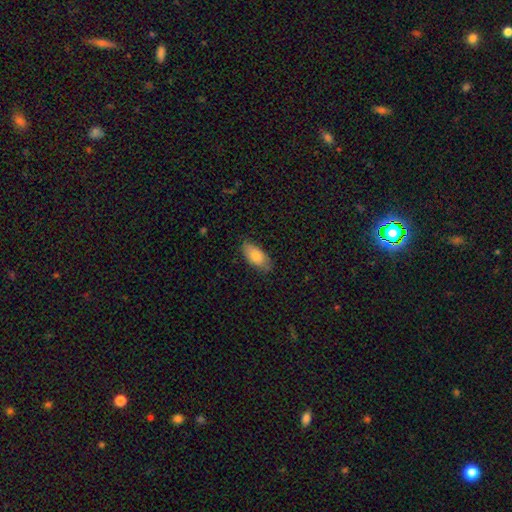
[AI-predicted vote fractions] Smooth or featured?
  - smooth: 79% *
  - featured or disk: 15%
  - star or artifact: 6%
How rounded?
  - in between: 90% *
  - cigar-shaped: 7%
  - round: 2%
Merging?
  - none: 79% *
  - minor disturbance: 17%
  - major disturbance: 3%
  - merger: 1%